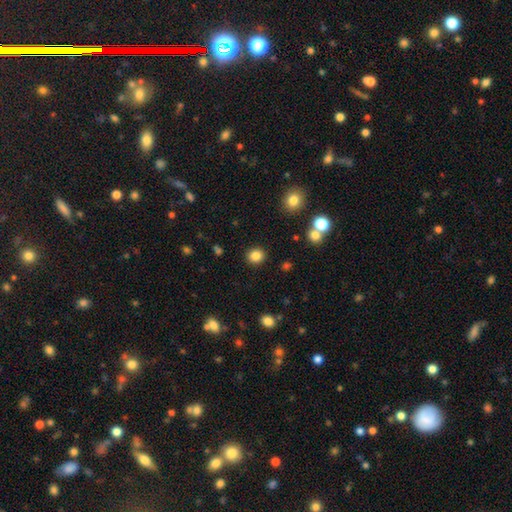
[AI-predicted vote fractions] smooth-or-featured: smooth: 85% | star or artifact: 11% | featured or disk: 4%
  how-rounded: round: 80% | in between: 19% | cigar-shaped: 1%
  merging: none: 91% | minor disturbance: 6% | major disturbance: 2% | merger: 2%